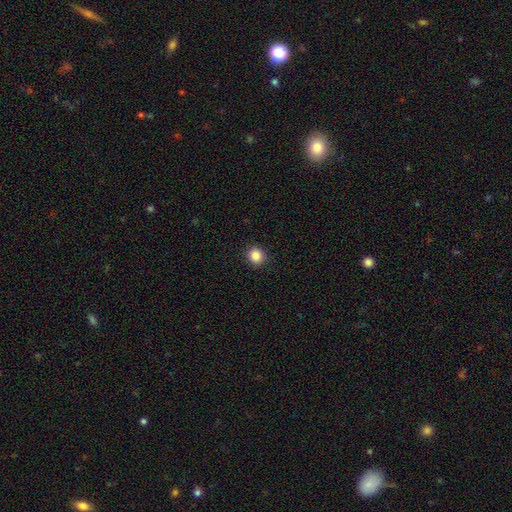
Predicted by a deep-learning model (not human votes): The model was most divided on "how rounded": round: 84%, in between: 15%, cigar-shaped: 1%. More confident: merging — none (92%); smooth or featured — smooth (86%).